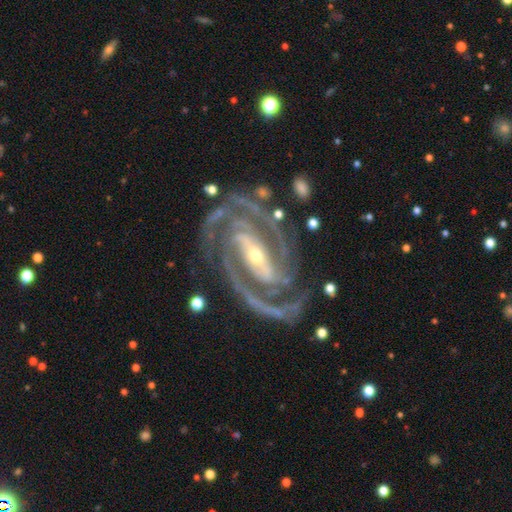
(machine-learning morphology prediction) A featured or disk galaxy (94%) with a strong bar (61%), 2 (45%) tight (58%) spiral arms (99%) and a small central bulge (63%). Merging: none (75%).